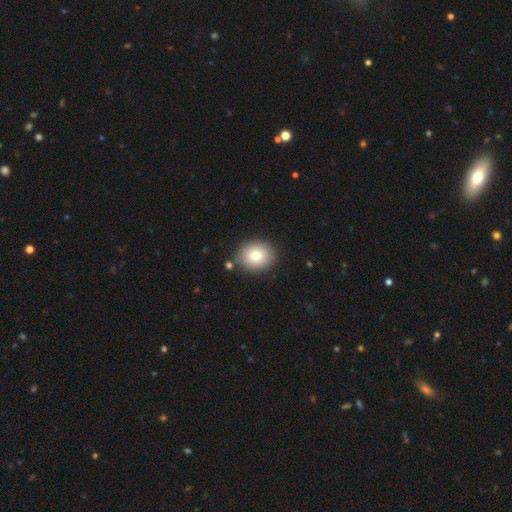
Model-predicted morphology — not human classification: Smooth or featured? smooth (79%)
How rounded? round (63%)
Merging? none (84%)